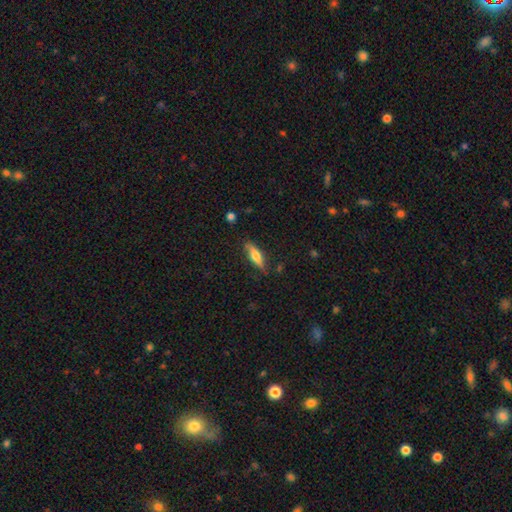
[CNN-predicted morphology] Overall: smooth (60%; featured or disk 34%). How rounded: cigar-shaped (59%; in between 38%). Merging: none (78%).